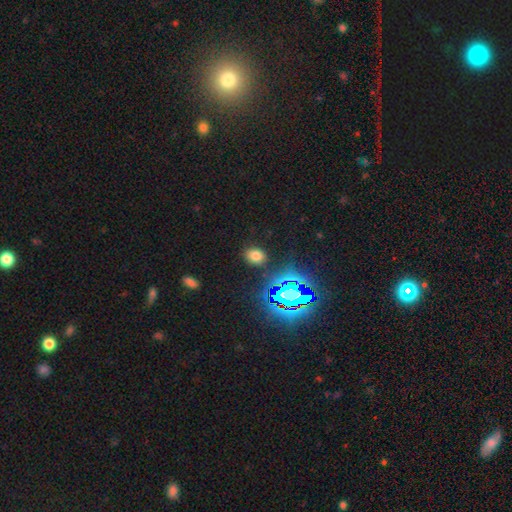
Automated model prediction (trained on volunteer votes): Morphology: type=smooth (68%); roundness=in between (54%); merging=none (86%).